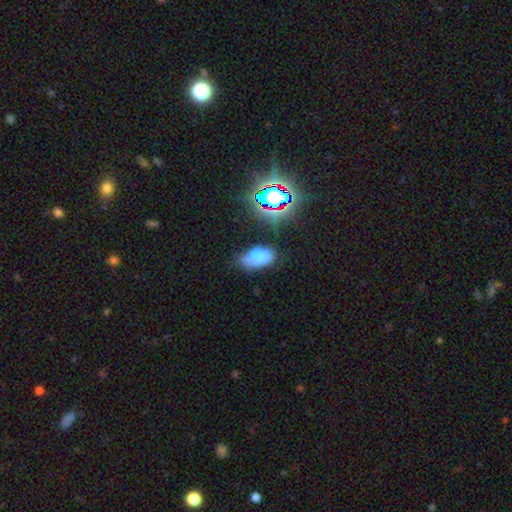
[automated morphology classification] Q: Smooth or featured?
A: smooth (59%); runner-up: featured or disk (26%)
Q: How rounded?
A: in between (85%); runner-up: round (11%)
Q: Merging?
A: none (40%); runner-up: merger (31%)